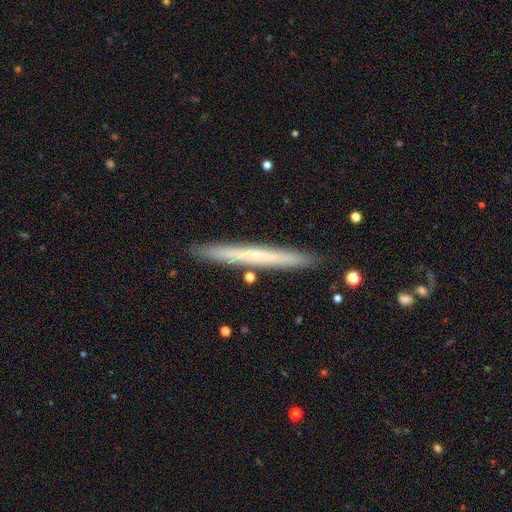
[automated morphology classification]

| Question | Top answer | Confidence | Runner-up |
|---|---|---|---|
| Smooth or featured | featured or disk | 47% | smooth (46%) |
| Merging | none | 90% | minor disturbance (6%) |